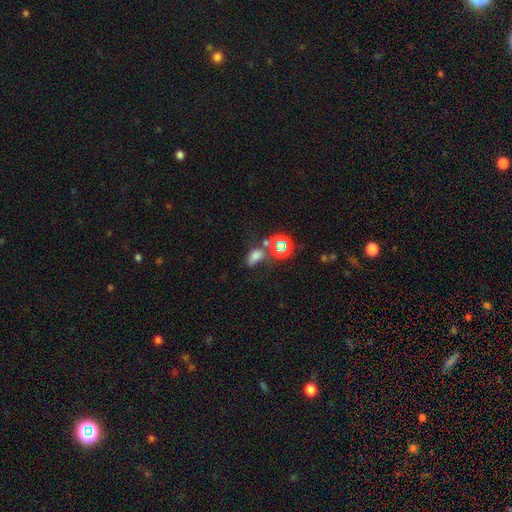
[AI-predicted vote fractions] smooth 62%, star or artifact 26%, featured or disk 11%. Down the decision tree: how rounded — in between (80%); merging — none (45%).